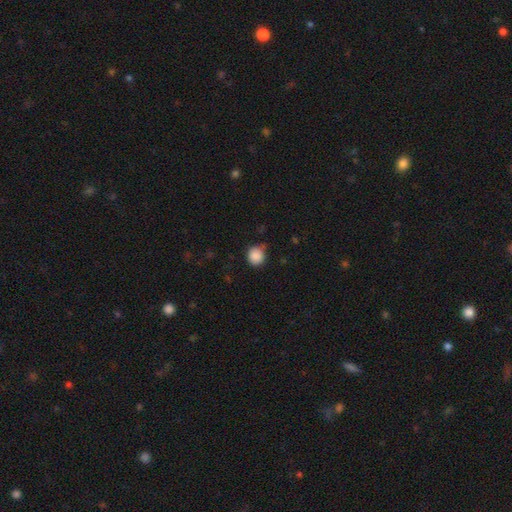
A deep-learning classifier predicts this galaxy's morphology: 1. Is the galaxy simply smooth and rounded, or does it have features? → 88% smooth, 9% star or artifact, 3% featured or disk.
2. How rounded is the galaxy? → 84% round, 15% in between, 1% cigar-shaped.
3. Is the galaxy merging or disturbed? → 76% none, 18% minor disturbance, 4% major disturbance, 2% merger.